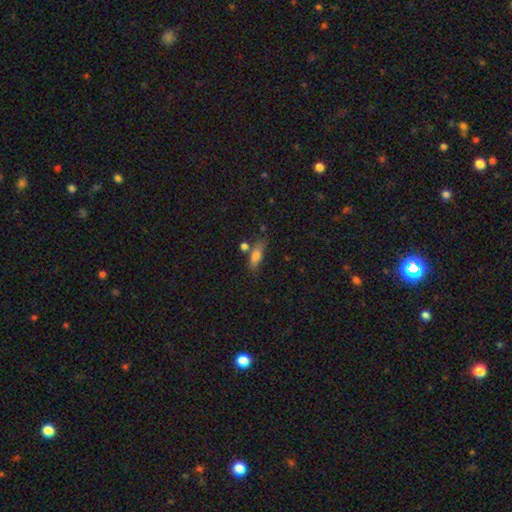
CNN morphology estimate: The model was most divided on "how rounded": in between: 65%, cigar-shaped: 31%, round: 4%. More confident: smooth or featured — smooth (78%); merging — none (58%).